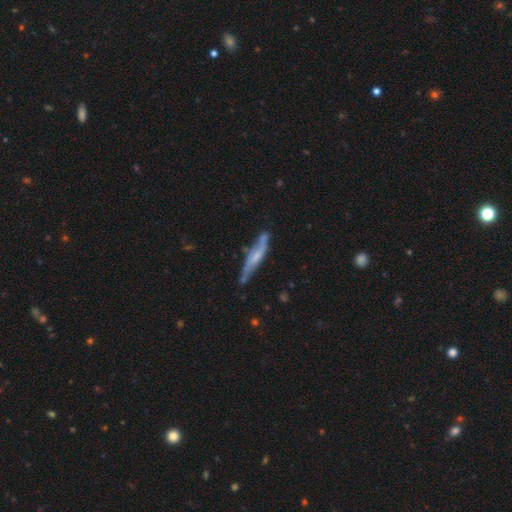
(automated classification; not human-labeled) Morphology: type=featured or disk (57%); edge-on=yes (67%); merging=none (65%).